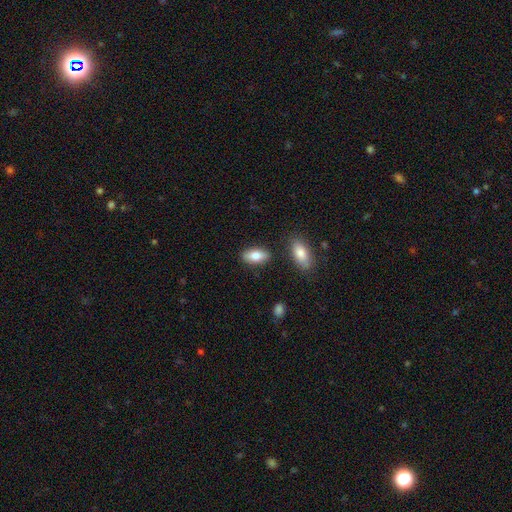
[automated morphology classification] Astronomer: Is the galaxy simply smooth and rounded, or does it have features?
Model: smooth — 81%.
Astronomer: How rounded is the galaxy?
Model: in between — 89%.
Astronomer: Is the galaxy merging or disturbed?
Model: none — 83%.